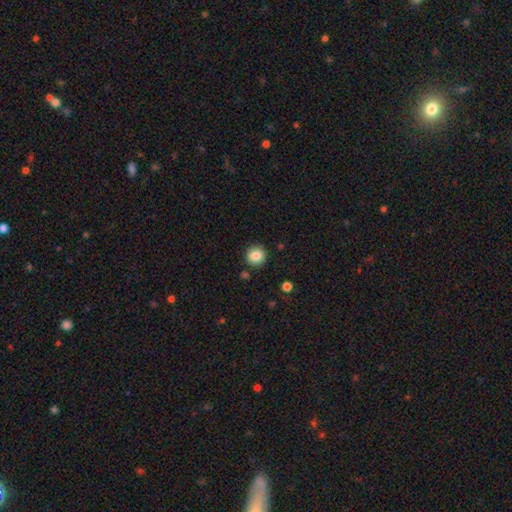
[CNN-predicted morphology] Smooth or featured?
  - smooth: 86% *
  - star or artifact: 9%
  - featured or disk: 5%
How rounded?
  - round: 90% *
  - in between: 9%
  - cigar-shaped: 1%
Merging?
  - none: 88% *
  - minor disturbance: 7%
  - merger: 2%
  - major disturbance: 2%